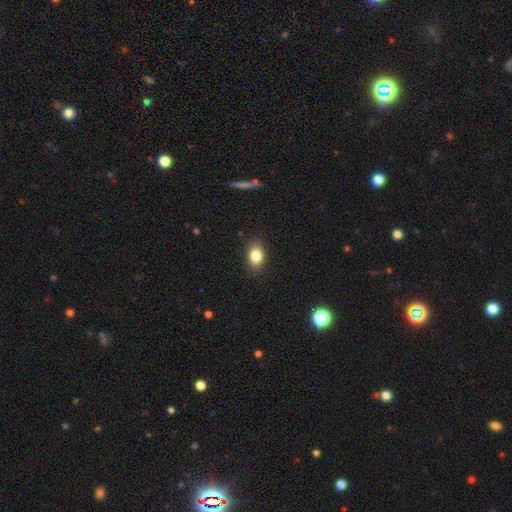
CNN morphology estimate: smooth_or_featured: smooth (p=0.83) [alt: star or artifact p=0.09]
how_rounded: in between (p=0.81) [alt: round p=0.18]
merging: none (p=0.86) [alt: minor disturbance p=0.10]